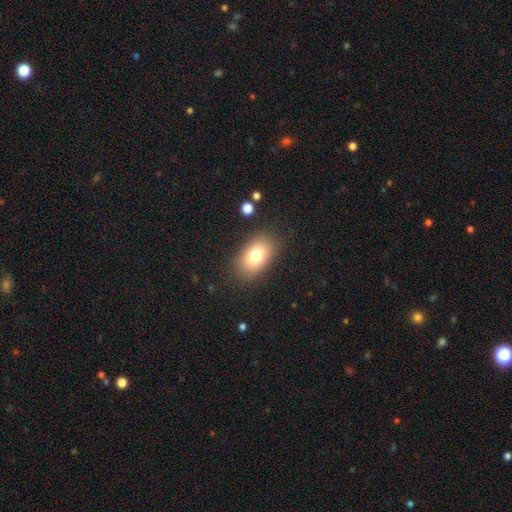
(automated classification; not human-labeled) Smooth or featured? Predicted: smooth (p=0.77). How rounded? Predicted: in between (p=0.87). Merging? Predicted: none (p=0.85).